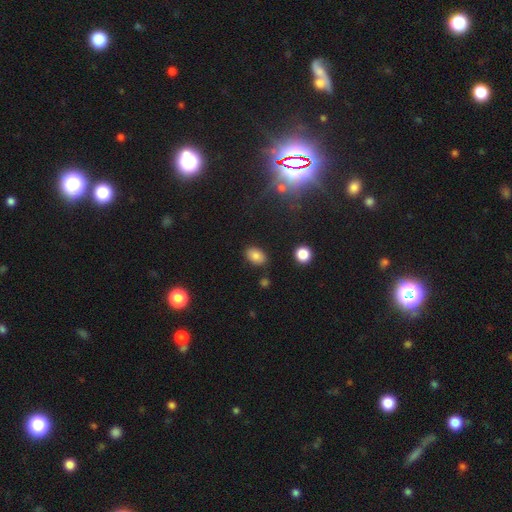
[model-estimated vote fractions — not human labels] The model was most divided on "smooth or featured": smooth: 82%, star or artifact: 11%, featured or disk: 7%. More confident: how rounded — in between (85%); merging — none (85%).